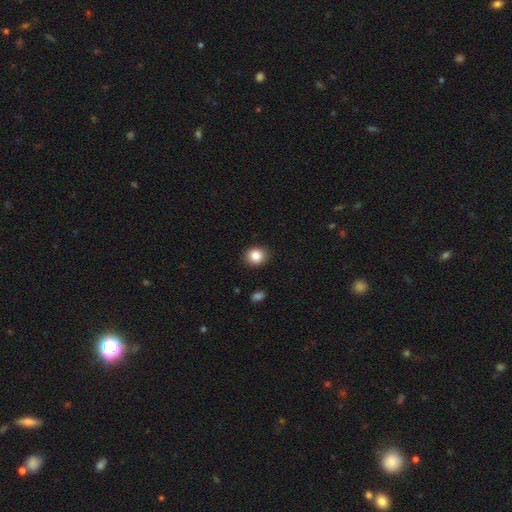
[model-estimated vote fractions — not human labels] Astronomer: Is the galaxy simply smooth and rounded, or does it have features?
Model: smooth — 85%.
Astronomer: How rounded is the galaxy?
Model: round — 77%.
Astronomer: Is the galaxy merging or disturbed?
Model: none — 90%.